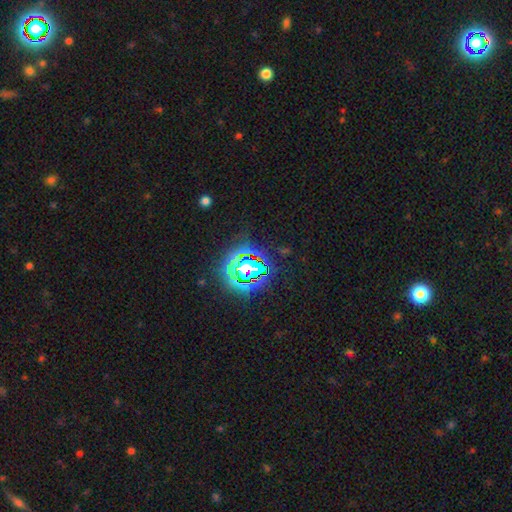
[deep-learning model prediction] Smooth or featured? star or artifact (84%)